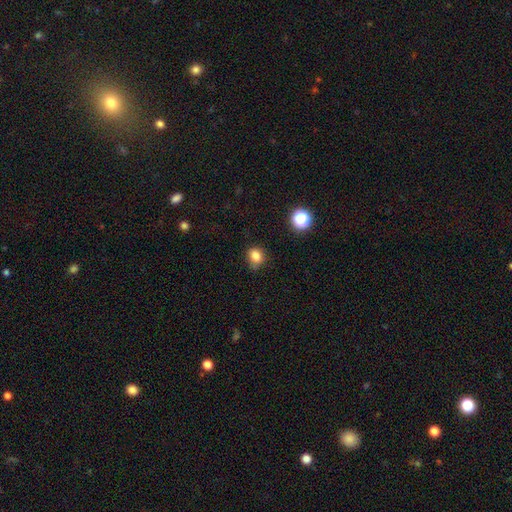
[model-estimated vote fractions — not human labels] Morphology: type=smooth (80%); roundness=round (60%); merging=none (68%).